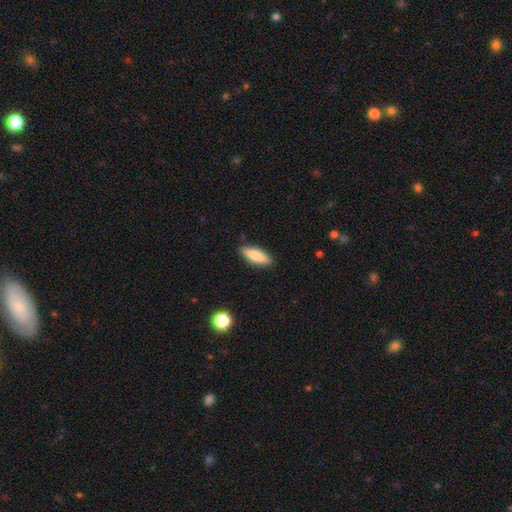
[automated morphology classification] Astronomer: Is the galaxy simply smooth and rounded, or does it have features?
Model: smooth — 77%.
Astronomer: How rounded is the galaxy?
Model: in between — 60% (runner-up: cigar-shaped, 38%).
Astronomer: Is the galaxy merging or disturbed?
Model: none — 87%.